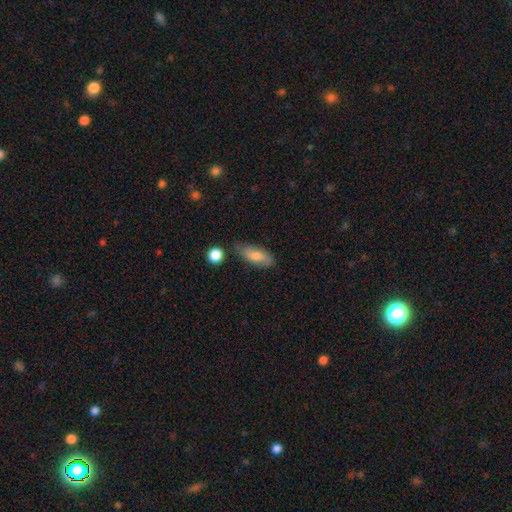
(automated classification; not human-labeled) Smooth or featured?
  - smooth: 70% *
  - featured or disk: 22%
  - star or artifact: 8%
How rounded?
  - in between: 75% *
  - cigar-shaped: 22%
  - round: 3%
Merging?
  - none: 76% *
  - minor disturbance: 17%
  - major disturbance: 3%
  - merger: 3%